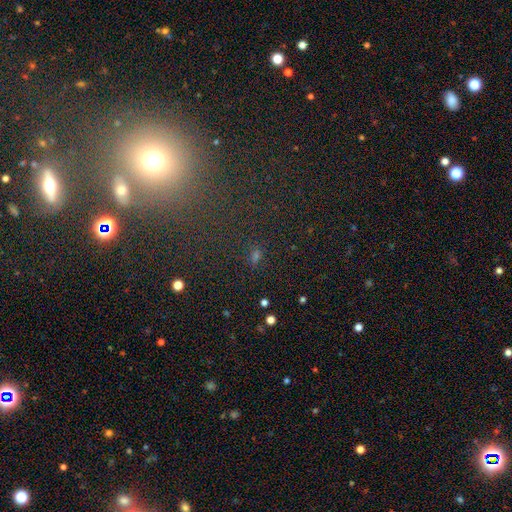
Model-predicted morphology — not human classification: Smooth or featured? Predicted: star or artifact (p=0.48).